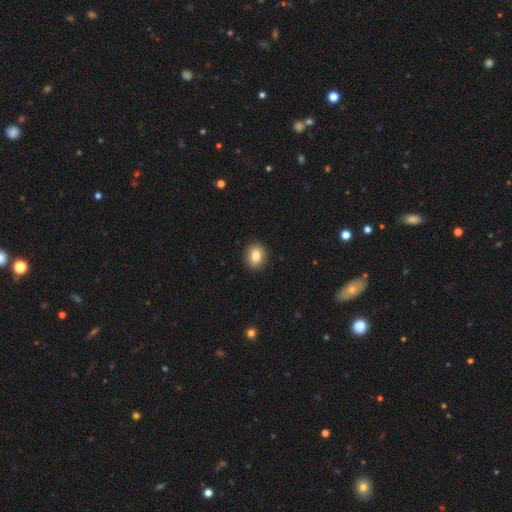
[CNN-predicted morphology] The model was most divided on "how rounded": round: 55%, in between: 44%, cigar-shaped: 1%. More confident: merging — none (91%); smooth or featured — smooth (84%).